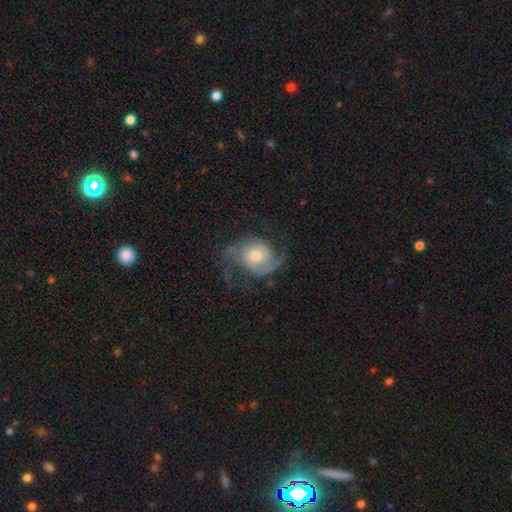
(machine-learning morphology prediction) smooth-or-featured: featured or disk: 80% | smooth: 14% | star or artifact: 6%
  disk-edge-on: no: 97% | yes: 3%
    bar: no: 73% | weak: 23% | strong: 4%
    has-spiral-arms: yes: 94% | no: 6%
      spiral-winding: medium: 46% | loose: 33% | tight: 21%
      spiral-arm-count: 2: 74% | can't tell: 8% | 3: 7% | 1: 6% | 4: 2% | more than 4: 2%
    bulge-size: moderate: 52% | small: 39% | large: 6% | none: 2% | dominant: 1%
  merging: none: 59% | major disturbance: 20% | minor disturbance: 20% | merger: 1%